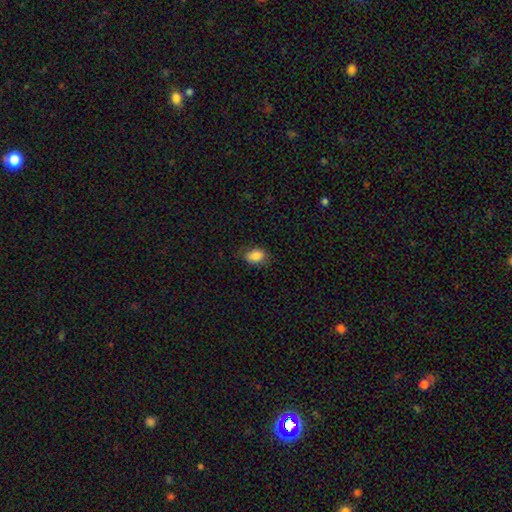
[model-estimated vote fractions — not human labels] This is clearly a smooth galaxy (86%). How rounded: clearly in between (82%). Merging: likely none (76%).